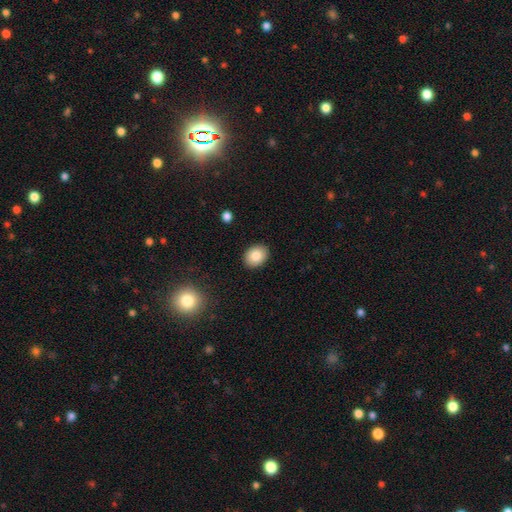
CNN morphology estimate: smooth 84%, star or artifact 8%, featured or disk 8%. Down the decision tree: how rounded — in between (59%); merging — none (90%).